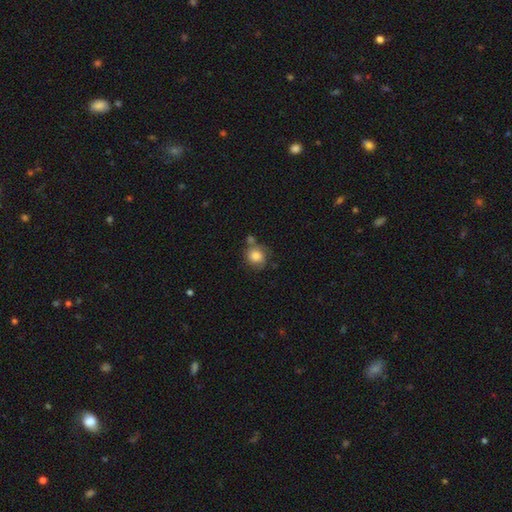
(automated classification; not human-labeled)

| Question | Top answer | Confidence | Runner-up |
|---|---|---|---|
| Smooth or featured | smooth | 79% | featured or disk (13%) |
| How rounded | round | 82% | in between (17%) |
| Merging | none | 57% | minor disturbance (21%) |